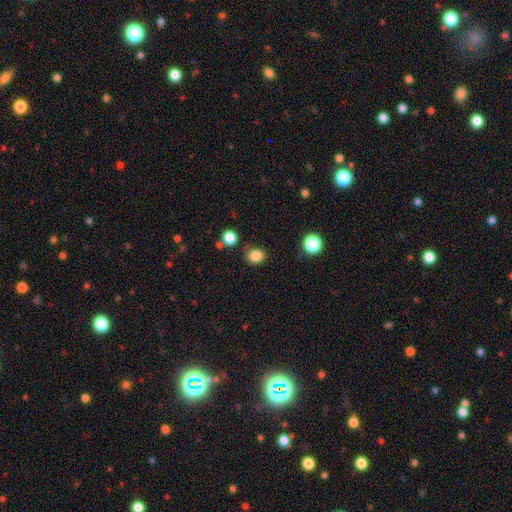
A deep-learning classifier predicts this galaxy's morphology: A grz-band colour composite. It shows a smooth galaxy with no disk features (84%) that is round (65%). Merging: none (81%).